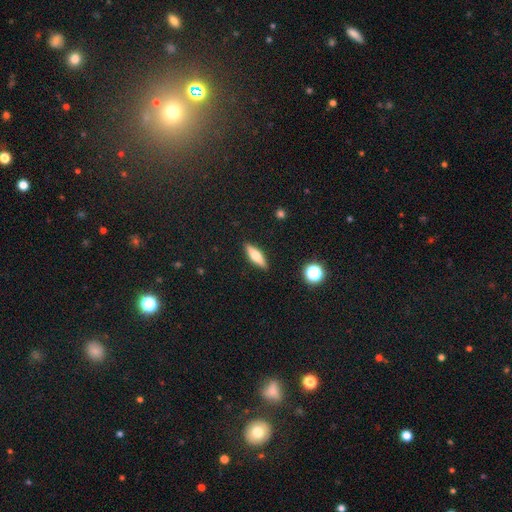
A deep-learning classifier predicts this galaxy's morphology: Q: Smooth or featured?
A: smooth (53%); runner-up: featured or disk (39%)
Q: How rounded?
A: cigar-shaped (59%); runner-up: in between (38%)
Q: Merging?
A: none (89%); runner-up: minor disturbance (8%)